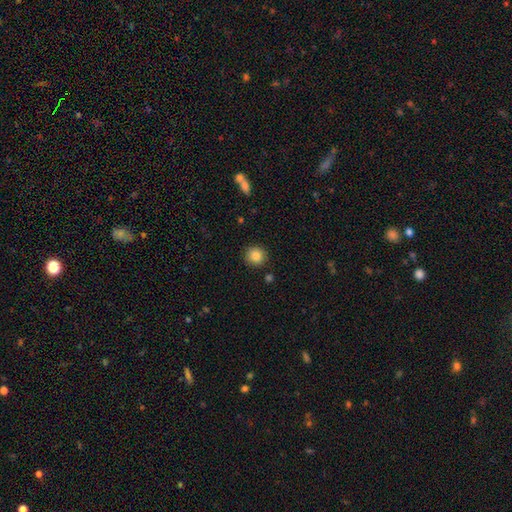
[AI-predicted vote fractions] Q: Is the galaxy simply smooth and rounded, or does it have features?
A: smooth — 86%.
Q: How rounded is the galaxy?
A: round — 92%.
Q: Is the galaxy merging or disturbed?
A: none — 89%.